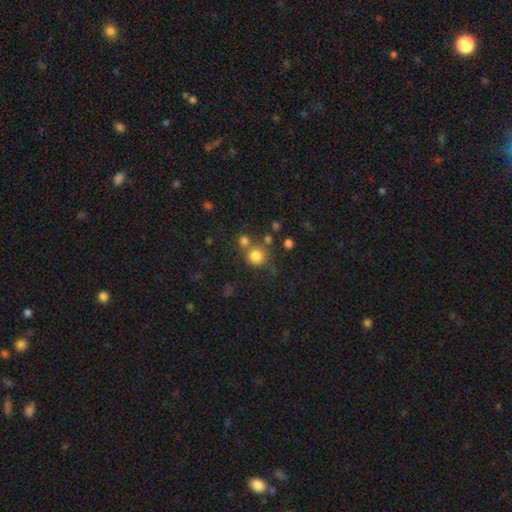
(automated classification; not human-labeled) smooth 80%, star or artifact 13%, featured or disk 7%. Down the decision tree: how rounded — round (92%); merging — none (65%).